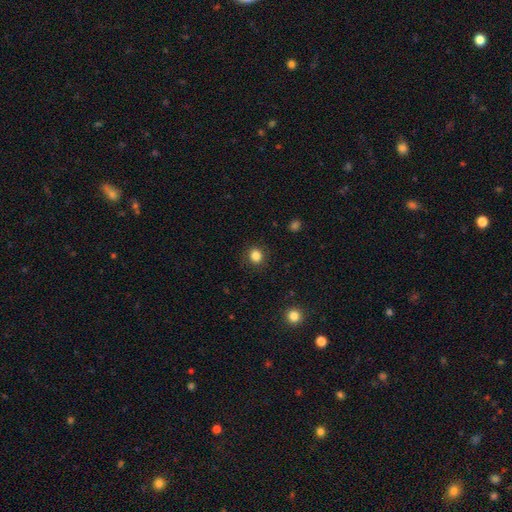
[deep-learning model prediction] Overall: smooth (85%). How rounded: round (75%). Merging: none (88%).